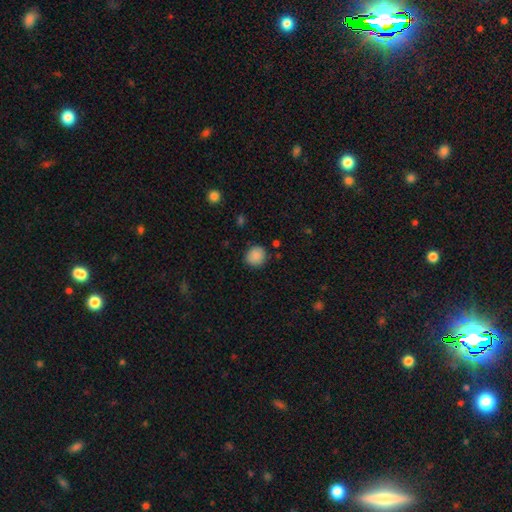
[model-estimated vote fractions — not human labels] This is clearly a smooth galaxy (88%). How rounded: clearly round (85%). Merging: clearly none (85%).